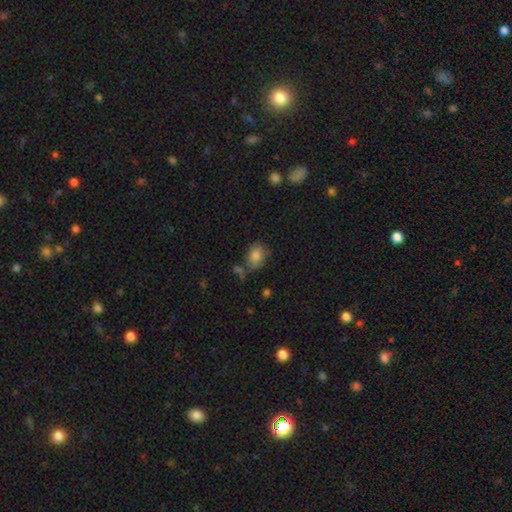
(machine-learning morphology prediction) type=smooth (83%); roundness=in between (67%); merging=none (64%).